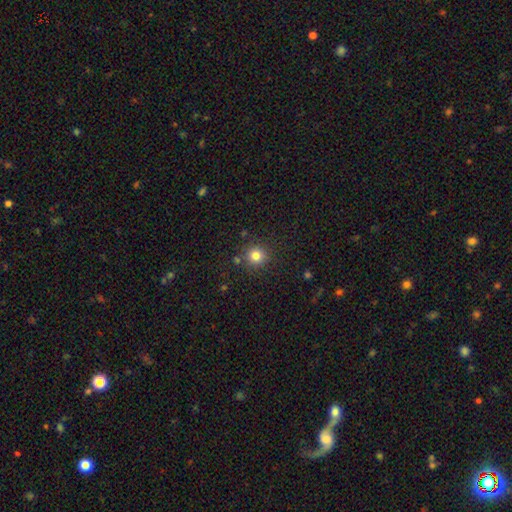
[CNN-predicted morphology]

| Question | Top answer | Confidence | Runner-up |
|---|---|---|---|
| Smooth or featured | smooth | 80% | star or artifact (14%) |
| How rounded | round | 93% | in between (6%) |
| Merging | none | 85% | minor disturbance (8%) |